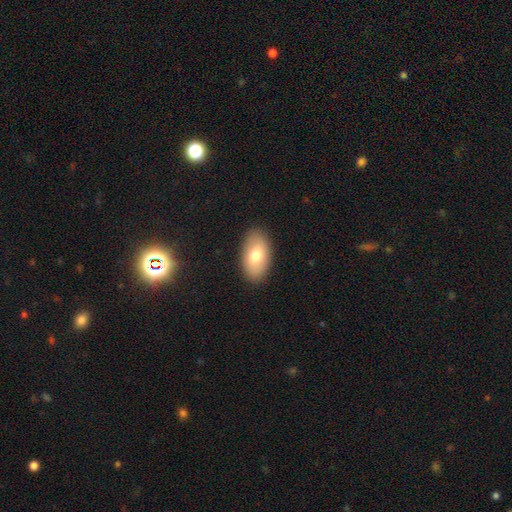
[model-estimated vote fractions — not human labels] The model was most divided on "smooth or featured": smooth: 73%, featured or disk: 20%, star or artifact: 7%. More confident: how rounded — in between (93%); merging — none (88%).